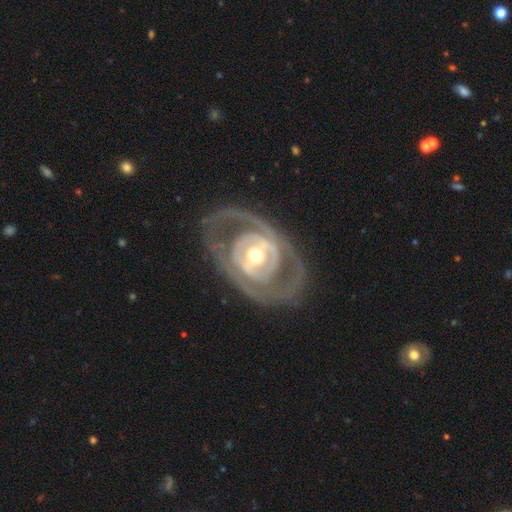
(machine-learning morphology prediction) This is clearly a featured or disk galaxy (83%). It is clearly not viewed edge-on (94%). Bar: marginally no (43%). Spiral arm pattern: likely yes (61%). Central bulge: likely moderate (69%). Merging: likely none (73%).